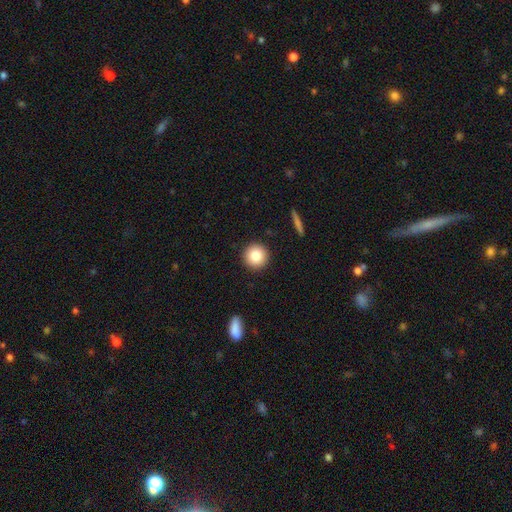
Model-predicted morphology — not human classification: Smooth or featured: smooth — 82% (featured or disk — 9%)
How rounded: round — 95% (in between — 4%)
Merging: none — 92% (minor disturbance — 5%)